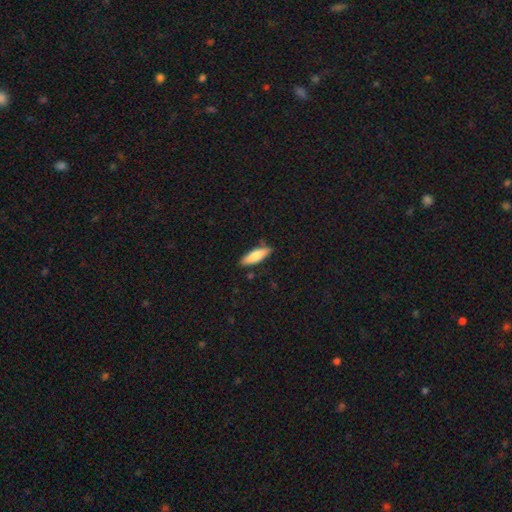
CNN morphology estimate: A smooth galaxy with no disk features (78%) that is in between round and cigar-shaped (50%). Merging: none (83%).